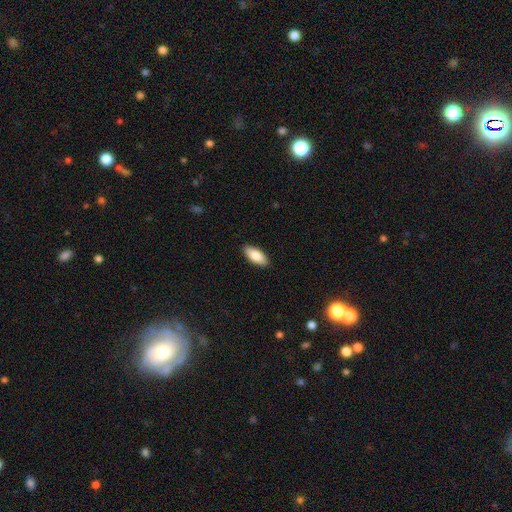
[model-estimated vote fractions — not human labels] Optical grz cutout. It shows a smooth galaxy with no disk features (84%) that is in between round and cigar-shaped (84%). Merging: none (90%).